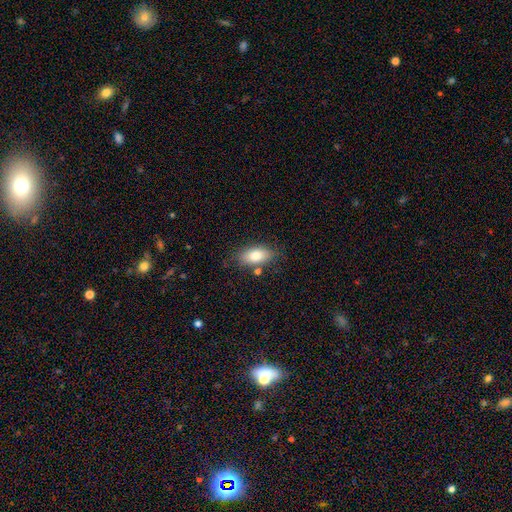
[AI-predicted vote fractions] This is clearly a smooth galaxy (81%). How rounded: clearly in between (89%). Merging: likely none (77%).